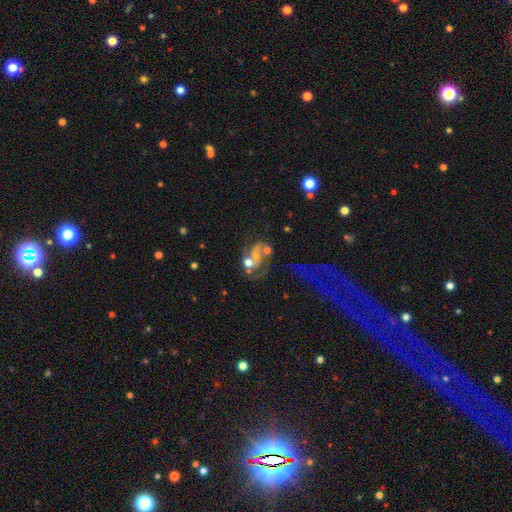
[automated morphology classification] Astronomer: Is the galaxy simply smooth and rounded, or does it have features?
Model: featured or disk — 63%.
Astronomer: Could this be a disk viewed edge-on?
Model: no — 97%.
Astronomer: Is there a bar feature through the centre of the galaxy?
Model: no — 73%.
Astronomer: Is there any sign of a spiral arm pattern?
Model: yes — 65%.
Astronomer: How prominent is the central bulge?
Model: moderate — 46% (runner-up: small, 29%).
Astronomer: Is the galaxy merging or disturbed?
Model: merger — 40% (runner-up: major disturbance, 26%).